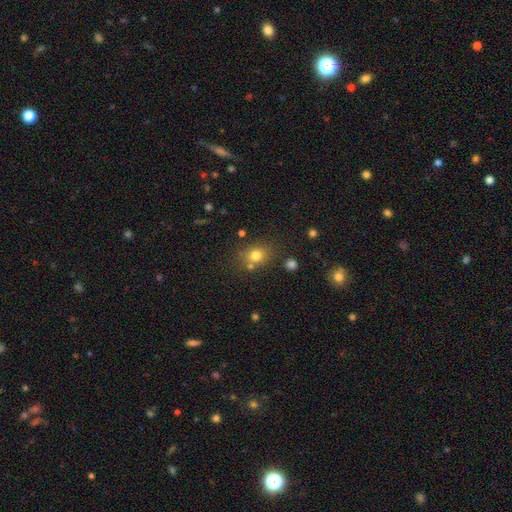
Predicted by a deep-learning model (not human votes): smooth-or-featured: smooth: 76% | star or artifact: 14% | featured or disk: 10%
  how-rounded: round: 63% | in between: 36% | cigar-shaped: 1%
  merging: none: 71% | minor disturbance: 13% | merger: 11% | major disturbance: 5%